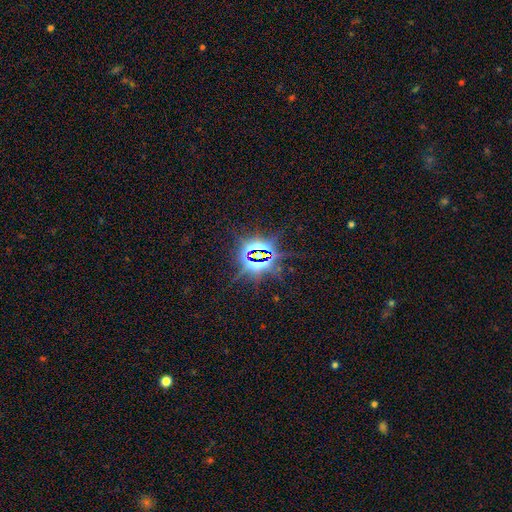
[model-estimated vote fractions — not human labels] Smooth or featured? Predicted: star or artifact (p=0.85).